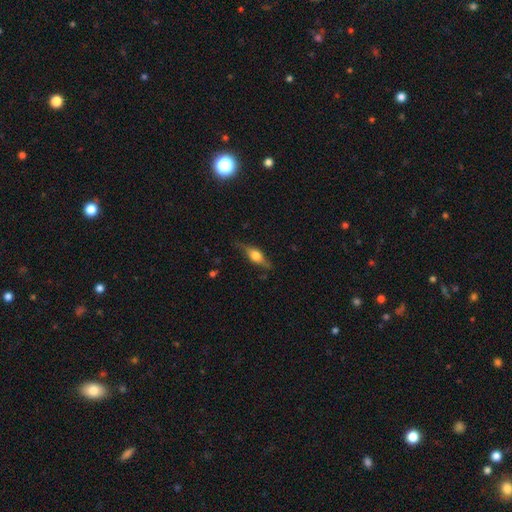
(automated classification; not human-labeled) This is likely a featured or disk galaxy (60%). It is clearly viewed edge-on (91%). Edge-on bulge: clearly rounded (91%). Merging: likely none (76%).